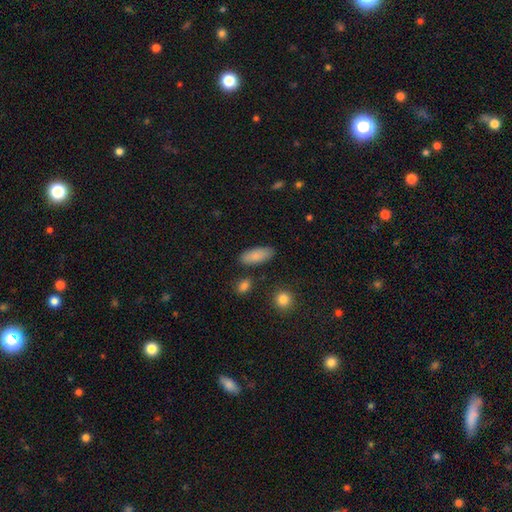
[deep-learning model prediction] Overall: smooth (86%). How rounded: in between (80%). Merging: none (85%).